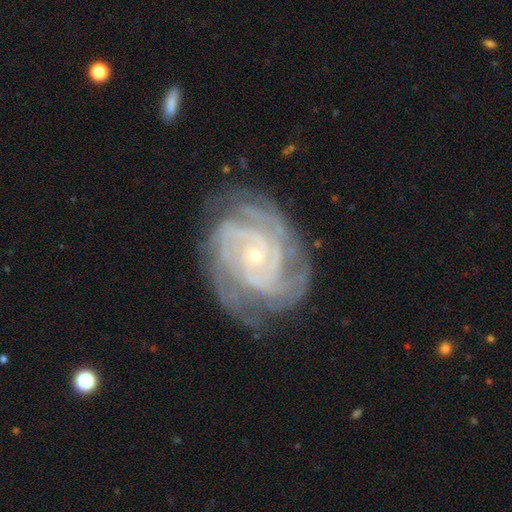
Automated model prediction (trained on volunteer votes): featured or disk 90%, star or artifact 5%, smooth 4%. Down the decision tree: edge-on disk — no (97%); bar — no (70%); spiral arms — yes (98%); spiral arm count — 3 (23%); spiral winding — tight (72%); bulge size — small (83%); merging — none (73%).